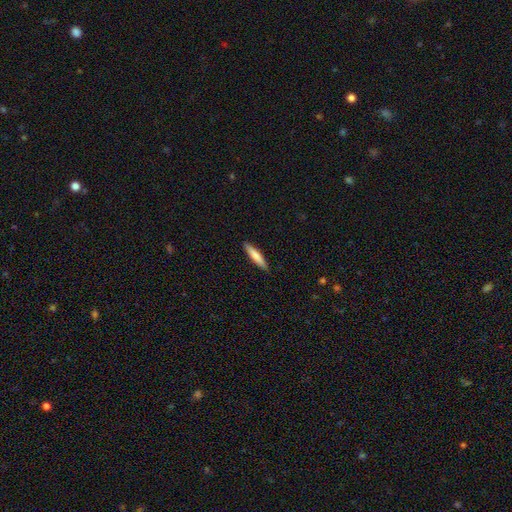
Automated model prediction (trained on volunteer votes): Overall: smooth (74%). How rounded: cigar-shaped (88%). Merging: none (90%).